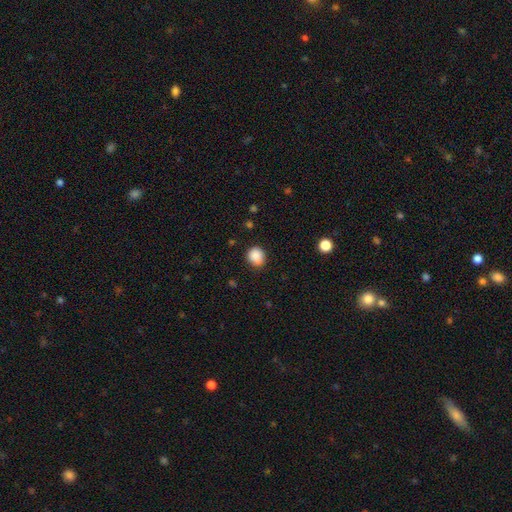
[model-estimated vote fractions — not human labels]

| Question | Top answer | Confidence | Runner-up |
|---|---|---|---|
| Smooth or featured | smooth | 88% | star or artifact (9%) |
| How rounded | round | 73% | in between (26%) |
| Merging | none | 81% | minor disturbance (15%) |